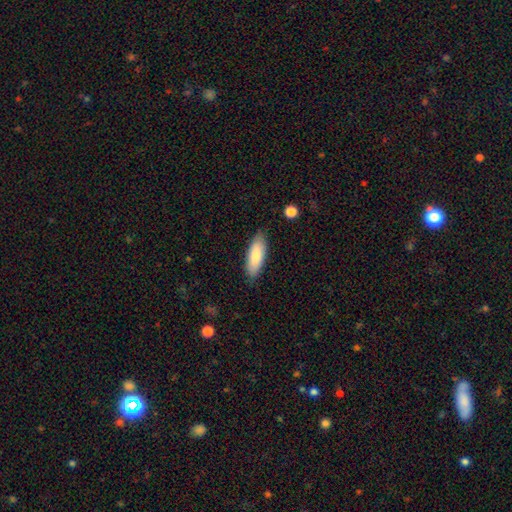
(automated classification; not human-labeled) Smooth or featured? smooth (82%)
How rounded? in between (63%)
Merging? none (84%)